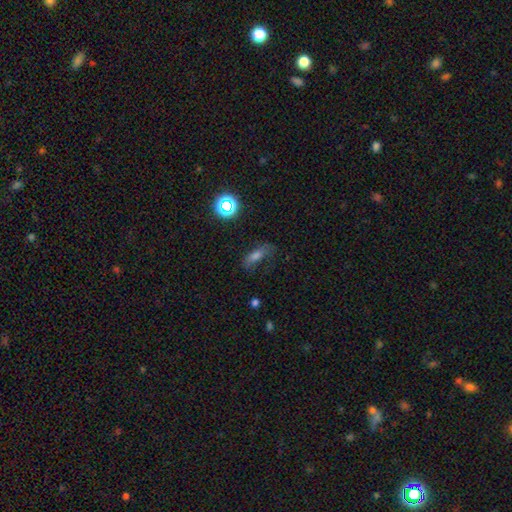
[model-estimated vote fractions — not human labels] A smooth galaxy with no disk features (58%) that is in between round and cigar-shaped (59%). Merging: none (58%).